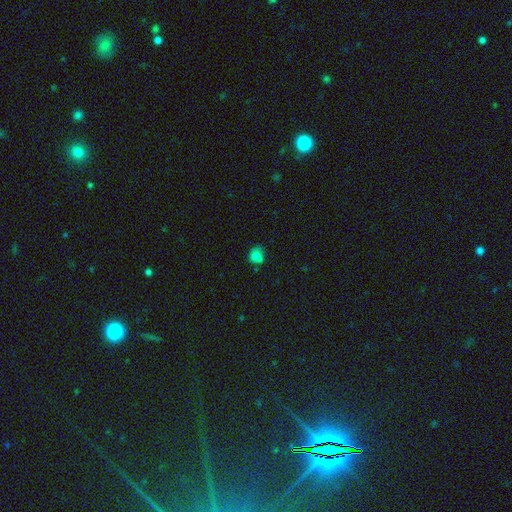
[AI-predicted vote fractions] This is likely a smooth galaxy (77%). How rounded: likely round (67%). Merging: possibly none (57%).